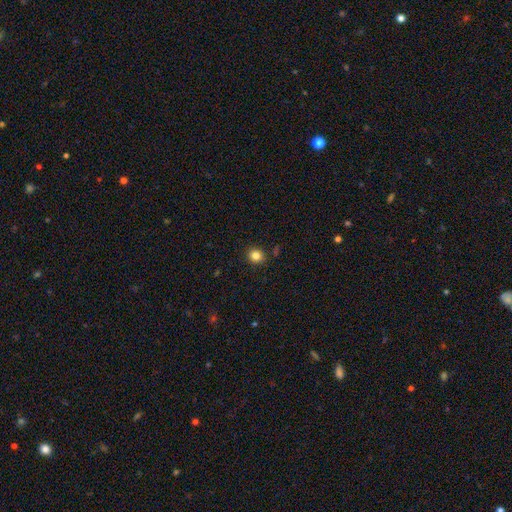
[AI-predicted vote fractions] Smooth or featured? smooth (84%)
How rounded? round (78%)
Merging? none (90%)